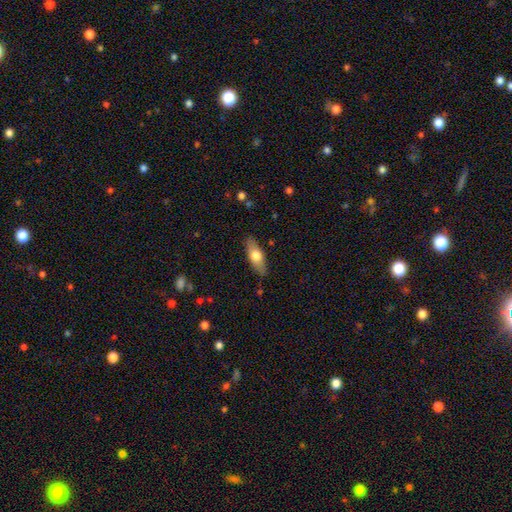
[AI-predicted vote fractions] A smooth galaxy with no disk features (65%) that is in between round and cigar-shaped (71%). Merging: none (85%).